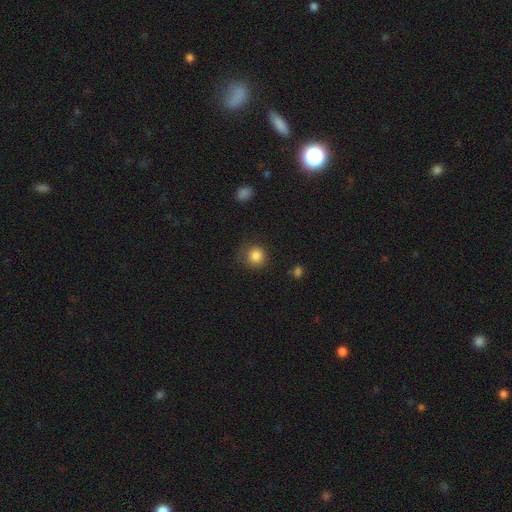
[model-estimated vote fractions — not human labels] smooth_or_featured: smooth (p=0.85) [alt: star or artifact p=0.10]
how_rounded: round (p=0.90) [alt: in between p=0.10]
merging: none (p=0.79) [alt: minor disturbance p=0.14]